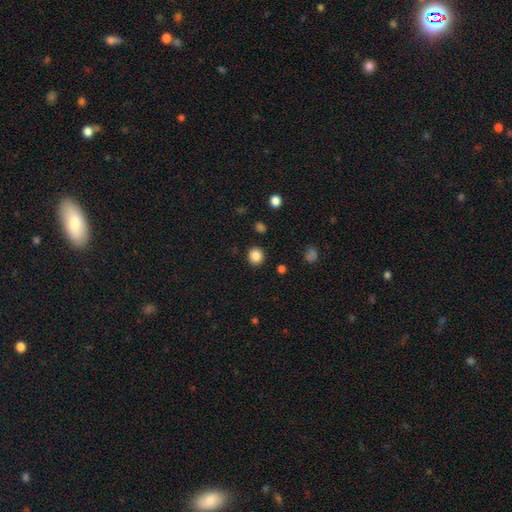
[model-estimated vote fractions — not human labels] smooth-or-featured: smooth: 85% | star or artifact: 11% | featured or disk: 4%
  how-rounded: round: 89% | in between: 10% | cigar-shaped: 1%
  merging: none: 90% | minor disturbance: 6% | major disturbance: 2% | merger: 2%